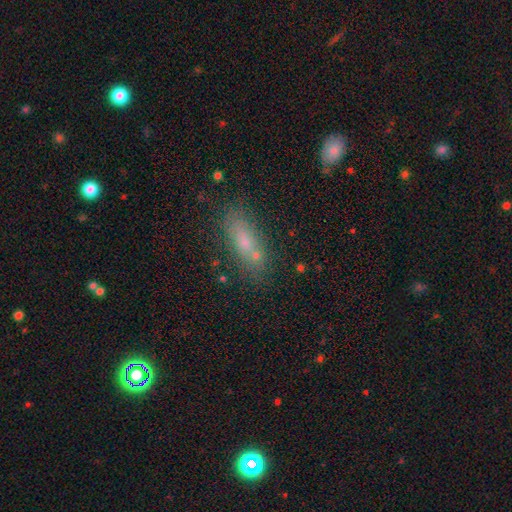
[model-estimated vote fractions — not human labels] smooth-or-featured: smooth: 68% | featured or disk: 19% | star or artifact: 13%
  how-rounded: in between: 60% | cigar-shaped: 35% | round: 5%
  merging: none: 67% | minor disturbance: 15% | merger: 13% | major disturbance: 6%